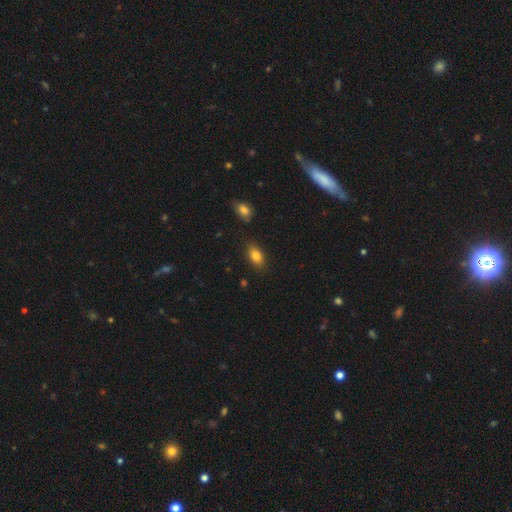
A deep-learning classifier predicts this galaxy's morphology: Smooth or featured? Predicted: smooth (p=0.84). How rounded? Predicted: in between (p=0.88). Merging? Predicted: none (p=0.82).